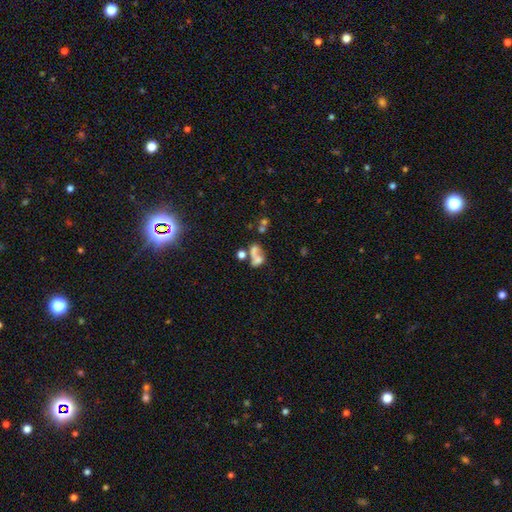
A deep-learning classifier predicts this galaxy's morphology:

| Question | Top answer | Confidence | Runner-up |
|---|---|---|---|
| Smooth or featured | smooth | 53% | featured or disk (31%) |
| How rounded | in between | 68% | round (29%) |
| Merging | merger | 56% | none (19%) |